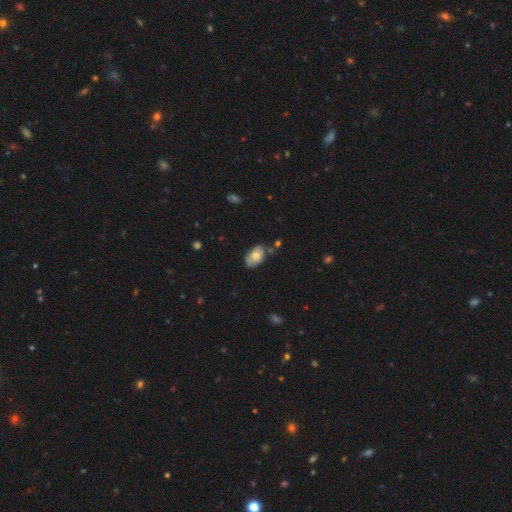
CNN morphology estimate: This appears to be a smooth galaxy with no disk features (69%) that is in between round and cigar-shaped (90%). Merging: none (68%).